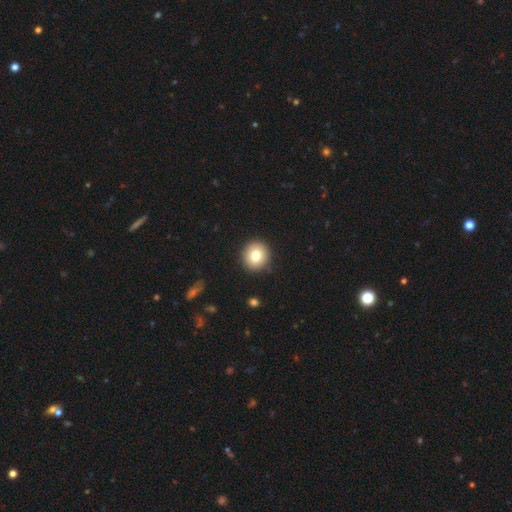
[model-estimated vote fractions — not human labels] Morphology: type=smooth (79%); roundness=round (90%); merging=none (90%).